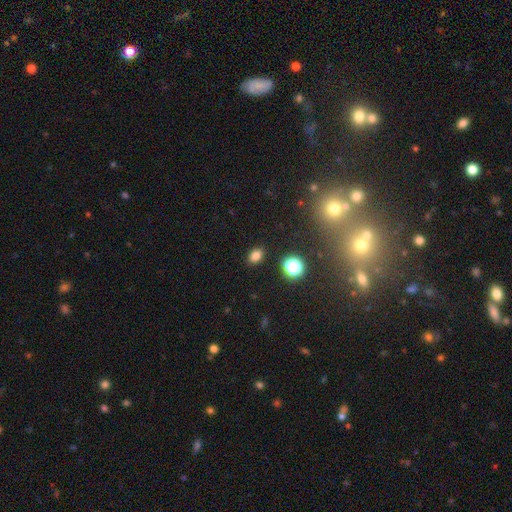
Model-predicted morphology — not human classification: The model was most divided on "how rounded": in between: 71%, round: 27%, cigar-shaped: 2%. More confident: merging — none (88%); smooth or featured — smooth (79%).